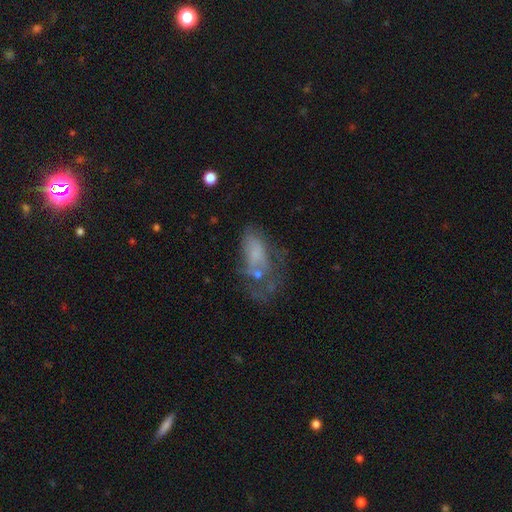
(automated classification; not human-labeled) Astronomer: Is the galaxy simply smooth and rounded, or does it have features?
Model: smooth — 44% (runner-up: featured or disk, 43%).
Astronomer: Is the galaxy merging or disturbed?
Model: major disturbance — 44% (runner-up: none, 23%).